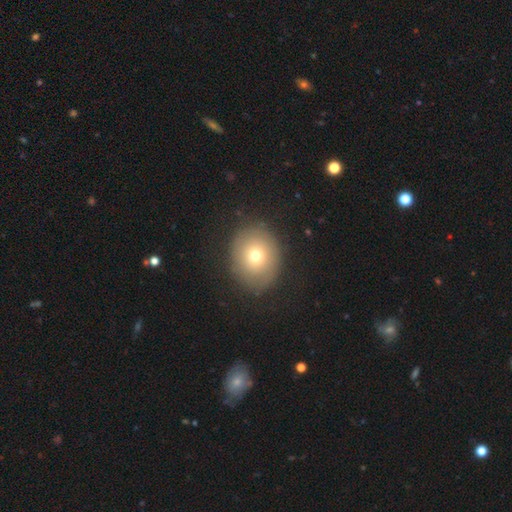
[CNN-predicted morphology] This appears to be a smooth galaxy with no disk features (69%) that is round (69%). Merging: none (82%).